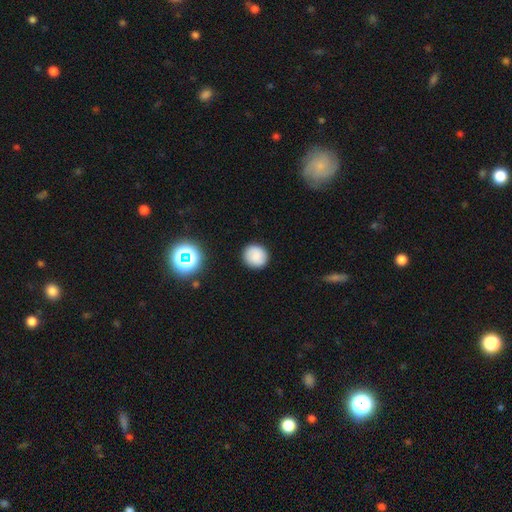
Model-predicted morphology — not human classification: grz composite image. It shows a smooth galaxy with no disk features (82%) that is round (90%). Merging: none (90%).